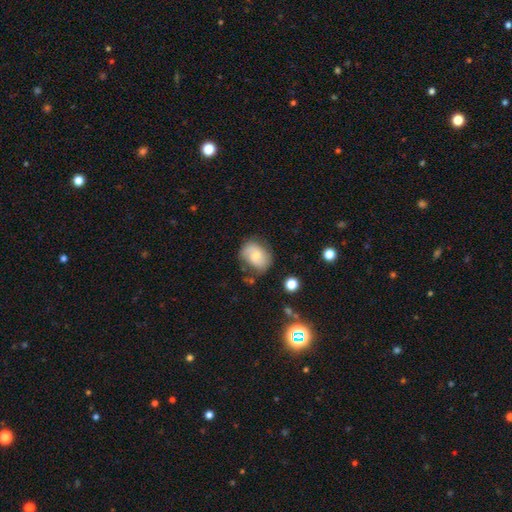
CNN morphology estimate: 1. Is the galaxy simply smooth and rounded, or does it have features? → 59% smooth, 32% featured or disk, 9% star or artifact.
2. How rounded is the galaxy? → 61% in between, 38% round, 1% cigar-shaped.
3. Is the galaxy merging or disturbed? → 61% none, 26% minor disturbance, 9% major disturbance, 3% merger.